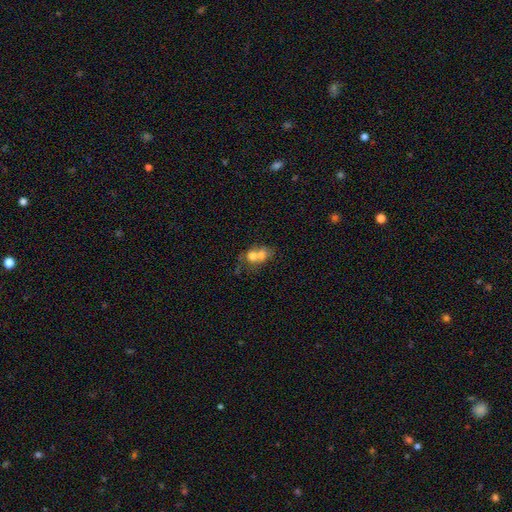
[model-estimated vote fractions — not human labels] The model was most divided on "how rounded": round: 63%, in between: 36%, cigar-shaped: 1%. More confident: merging — merger (72%); smooth or featured — smooth (64%).